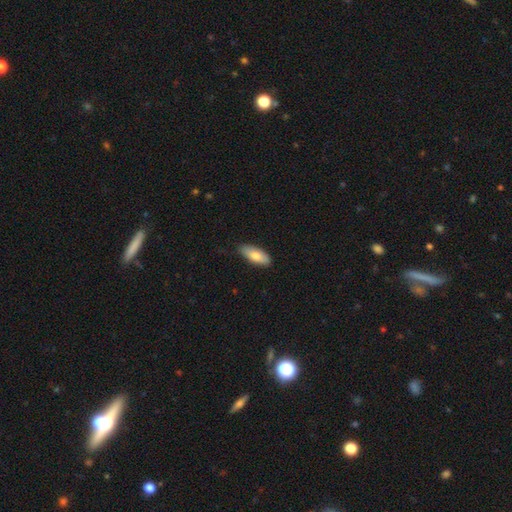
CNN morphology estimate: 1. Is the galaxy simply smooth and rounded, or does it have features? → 79% smooth, 15% featured or disk, 6% star or artifact.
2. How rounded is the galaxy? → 80% in between, 18% cigar-shaped, 2% round.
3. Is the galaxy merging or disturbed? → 82% none, 15% minor disturbance, 2% major disturbance, 1% merger.